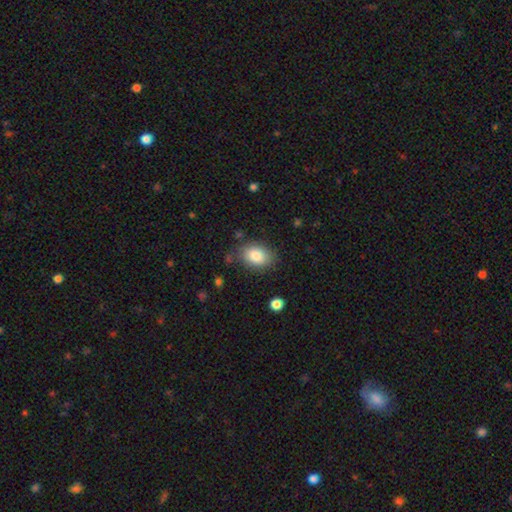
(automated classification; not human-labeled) Smooth or featured? Predicted: smooth (p=0.86). How rounded? Predicted: in between (p=0.83). Merging? Predicted: none (p=0.77).